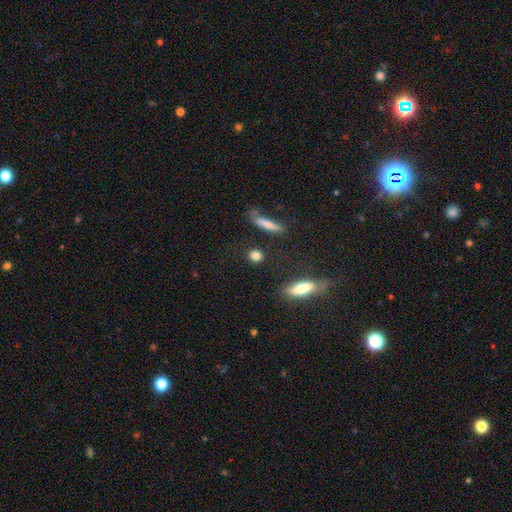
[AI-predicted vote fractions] Morphology: type=smooth (83%); roundness=round (60%); merging=none (82%).